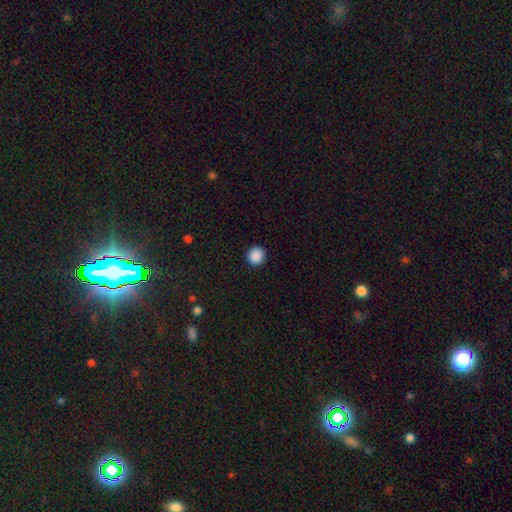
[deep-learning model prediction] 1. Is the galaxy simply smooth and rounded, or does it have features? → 89% smooth, 9% star or artifact, 2% featured or disk.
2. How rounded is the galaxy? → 93% round, 6% in between, 1% cigar-shaped.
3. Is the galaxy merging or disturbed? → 92% none, 5% minor disturbance, 2% major disturbance, 1% merger.